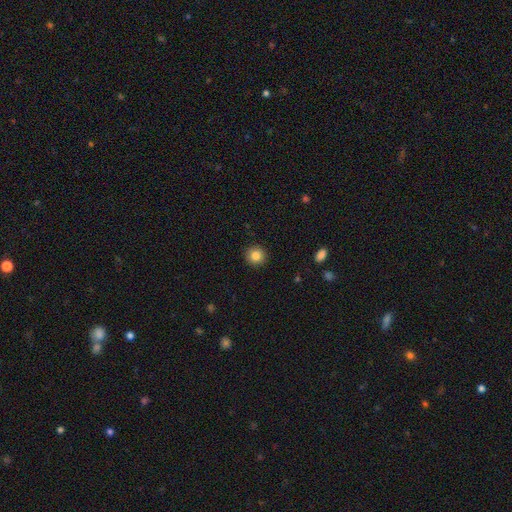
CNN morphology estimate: Smooth or featured: smooth — 84% (star or artifact — 10%)
How rounded: round — 93% (in between — 6%)
Merging: none — 92% (minor disturbance — 5%)